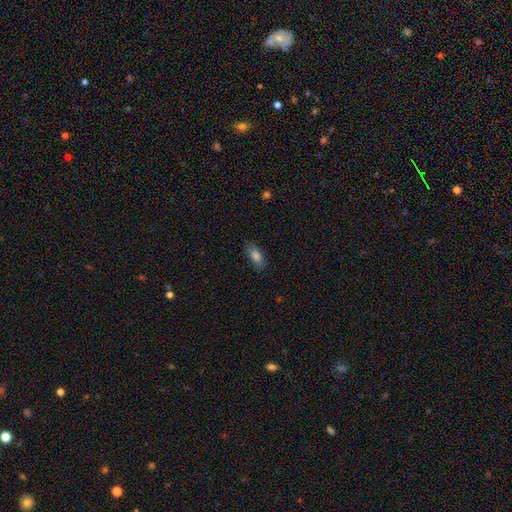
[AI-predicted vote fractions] Q: Smooth or featured?
A: smooth (79%); runner-up: featured or disk (12%)
Q: How rounded?
A: in between (80%); runner-up: cigar-shaped (16%)
Q: Merging?
A: none (80%); runner-up: minor disturbance (15%)